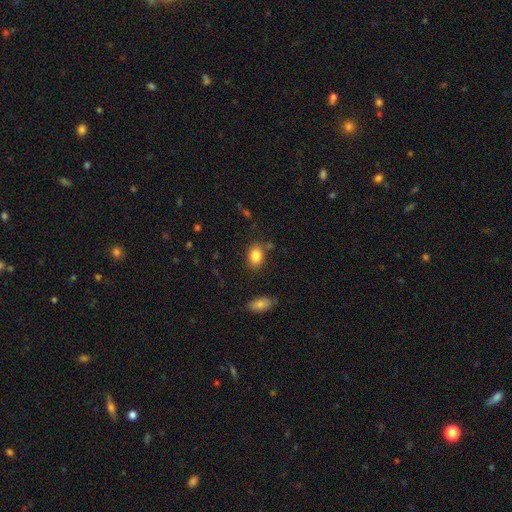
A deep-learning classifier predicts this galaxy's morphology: smooth-or-featured: smooth: 85% | star or artifact: 9% | featured or disk: 7%
  how-rounded: in between: 76% | round: 23% | cigar-shaped: 1%
  merging: none: 79% | minor disturbance: 12% | merger: 5% | major disturbance: 3%